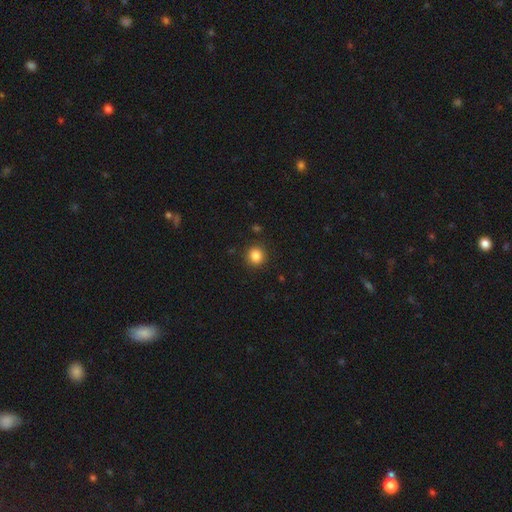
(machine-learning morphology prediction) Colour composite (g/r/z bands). It shows a smooth galaxy with no disk features (85%) that is round (92%). Merging: none (90%).